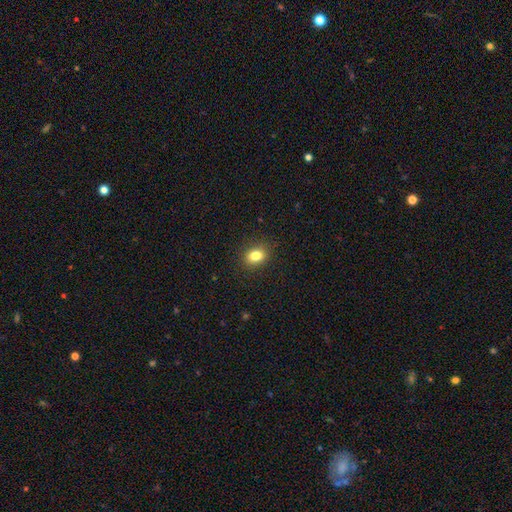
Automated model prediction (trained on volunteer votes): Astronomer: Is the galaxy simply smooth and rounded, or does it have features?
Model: smooth — 83%.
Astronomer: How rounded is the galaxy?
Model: in between — 60% (runner-up: round, 39%).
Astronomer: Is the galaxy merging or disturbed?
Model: none — 89%.